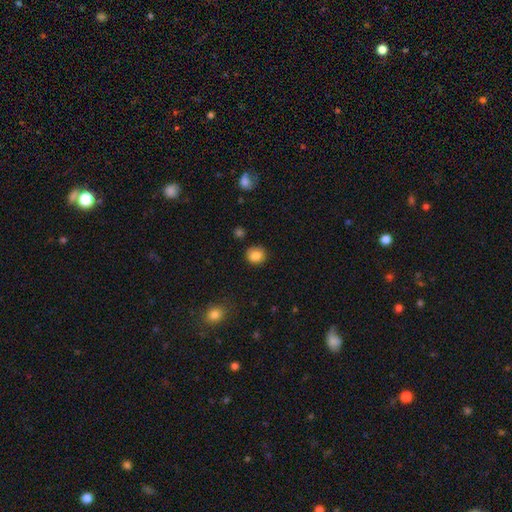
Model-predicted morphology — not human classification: Smooth or featured: smooth — 85% (star or artifact — 9%)
How rounded: round — 85% (in between — 14%)
Merging: none — 86% (minor disturbance — 10%)